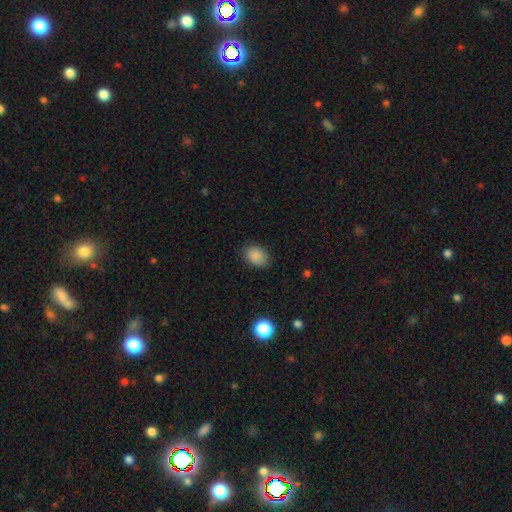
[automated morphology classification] smooth 87%, star or artifact 9%, featured or disk 4%. Down the decision tree: how rounded — in between (74%); merging — none (80%).